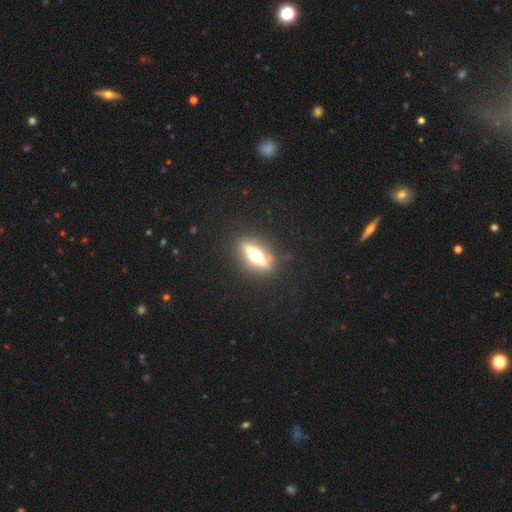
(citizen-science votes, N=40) A featured or disk galaxy (78%) viewed edge-on (97%) with a rounded central bulge (100%). Merging: none (82%).